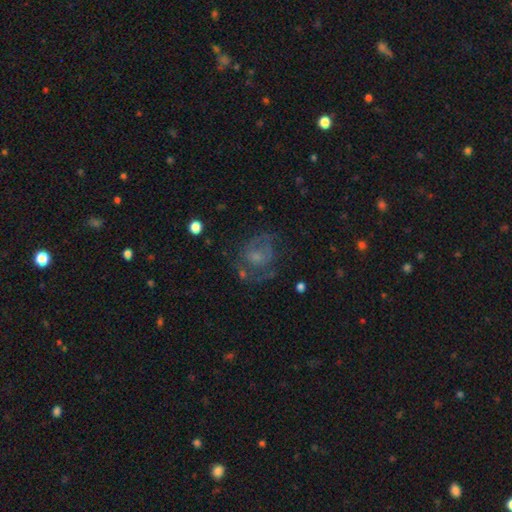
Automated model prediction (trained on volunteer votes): Smooth or featured? Predicted: featured or disk (p=0.55). Edge-on disk? Predicted: no (p=0.97). Bar? Predicted: no (p=0.72). Spiral arms? Predicted: yes (p=0.64). Bulge size? Predicted: small (p=0.43). Merging? Predicted: none (p=0.61).